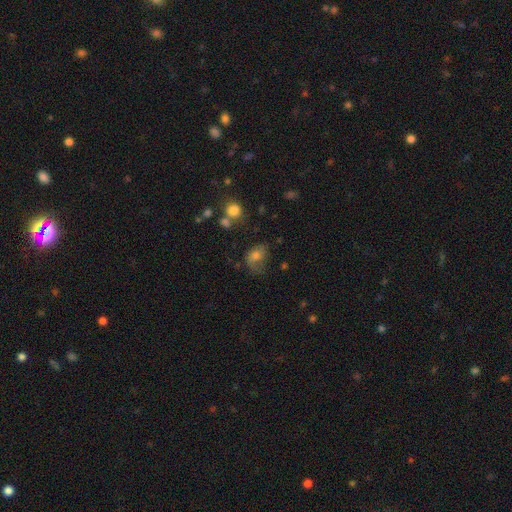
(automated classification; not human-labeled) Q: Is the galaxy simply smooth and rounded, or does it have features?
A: smooth — 64%.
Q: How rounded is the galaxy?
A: in between — 68%.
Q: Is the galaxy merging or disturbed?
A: none — 40%.